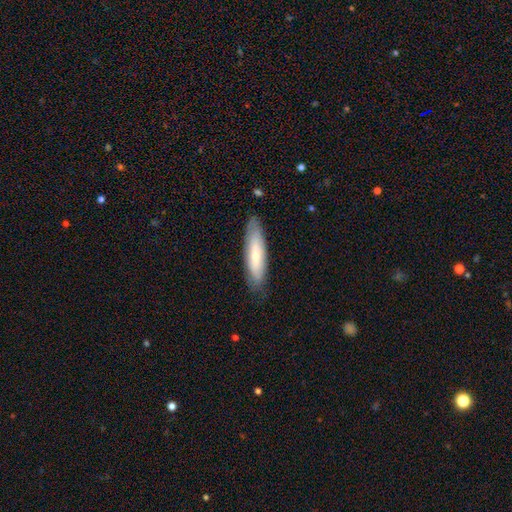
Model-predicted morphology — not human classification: Smooth or featured? Predicted: smooth (p=0.62). How rounded? Predicted: cigar-shaped (p=0.67). Merging? Predicted: none (p=0.82).